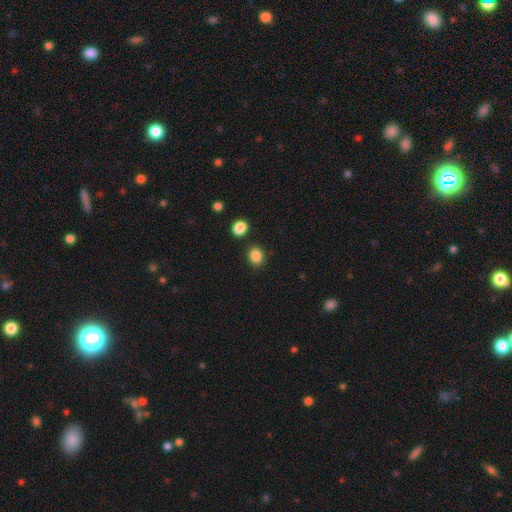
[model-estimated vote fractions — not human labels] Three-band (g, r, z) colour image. It shows a smooth galaxy with no disk features (87%) that is round (51%). Merging: none (84%).